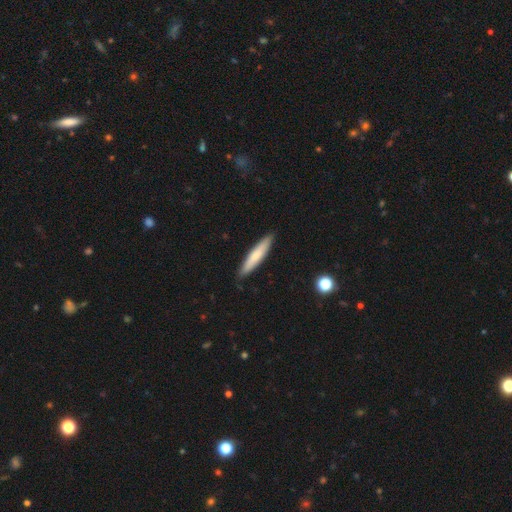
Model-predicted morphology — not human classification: Smooth or featured: smooth — 70% (featured or disk — 24%)
How rounded: cigar-shaped — 88% (in between — 11%)
Merging: none — 89% (minor disturbance — 9%)